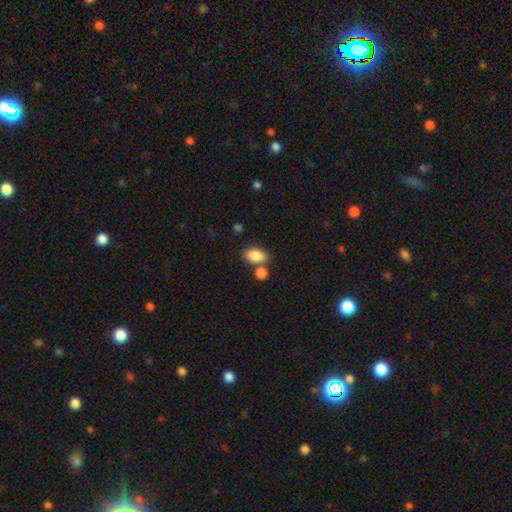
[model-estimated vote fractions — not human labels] Smooth or featured? smooth (86%)
How rounded? in between (87%)
Merging? none (64%)